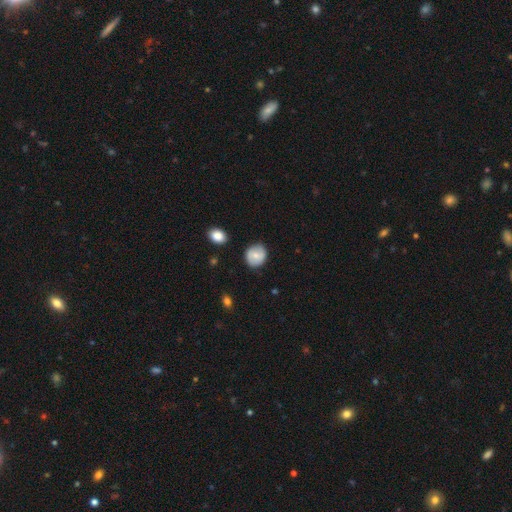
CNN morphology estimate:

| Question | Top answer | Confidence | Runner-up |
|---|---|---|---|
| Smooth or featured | smooth | 65% | featured or disk (28%) |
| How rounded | round | 74% | in between (25%) |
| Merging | none | 82% | minor disturbance (14%) |